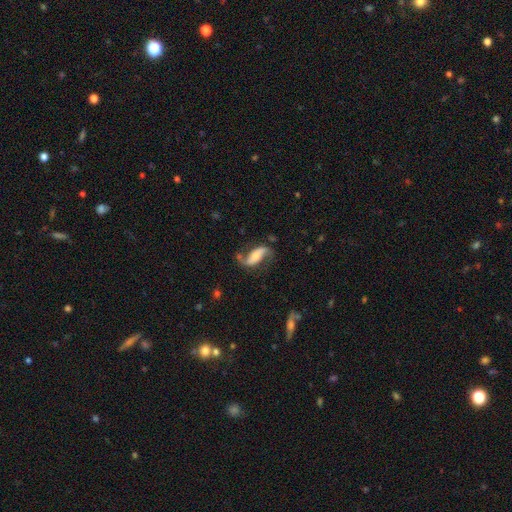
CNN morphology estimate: A featured or disk galaxy (77%) with no bar (37%), 2 (90%) loose (68%) spiral arms (93%) and a moderate central bulge (40%).

Vote fractions:
- Smooth or featured? featured or disk: 77% / smooth: 17% / star or artifact: 6%
- Edge-on disk? no: 93% / yes: 7%
- Bar? no: 37% / strong: 35% / weak: 28%
- Spiral arms? yes: 93% / no: 7%
- Spiral winding? loose: 68% / medium: 25% / tight: 8%
- Spiral arm count? 2: 90% / 1: 4% / can't tell: 3% / 3: 1% / 4: 1% / more than 4: 1%
- Bulge size? moderate: 40% / small: 36% / large: 12% / none: 8% / dominant: 3%
- Merging? none: 67% / minor disturbance: 18% / major disturbance: 11% / merger: 4%